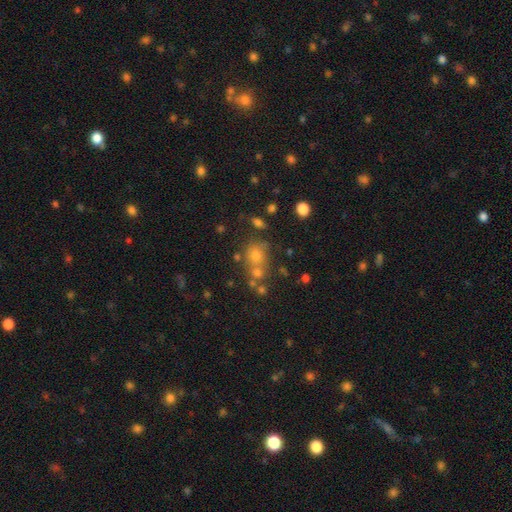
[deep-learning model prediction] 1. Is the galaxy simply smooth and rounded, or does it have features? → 61% smooth, 25% star or artifact, 14% featured or disk.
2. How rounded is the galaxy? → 74% round, 25% in between, 1% cigar-shaped.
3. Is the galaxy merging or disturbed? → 56% none, 25% merger, 12% minor disturbance, 7% major disturbance.